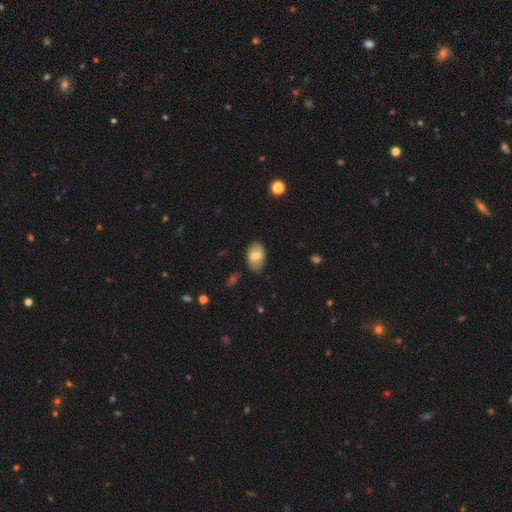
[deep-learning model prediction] Smooth or featured? smooth (72%)
How rounded? in between (88%)
Merging? none (79%)